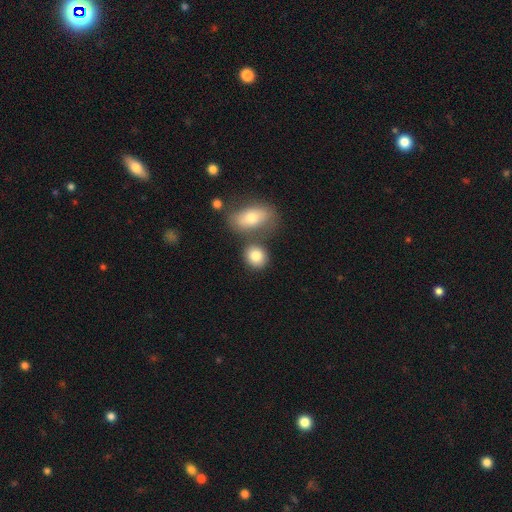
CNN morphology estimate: Overall: smooth (82%). How rounded: round (61%; in between 37%). Merging: none (62%).